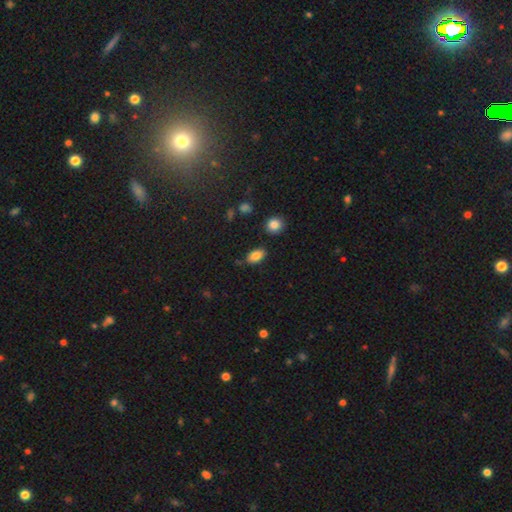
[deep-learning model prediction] This appears to be a smooth galaxy with no disk features (85%) that is in between round and cigar-shaped (91%). Merging: none (80%).